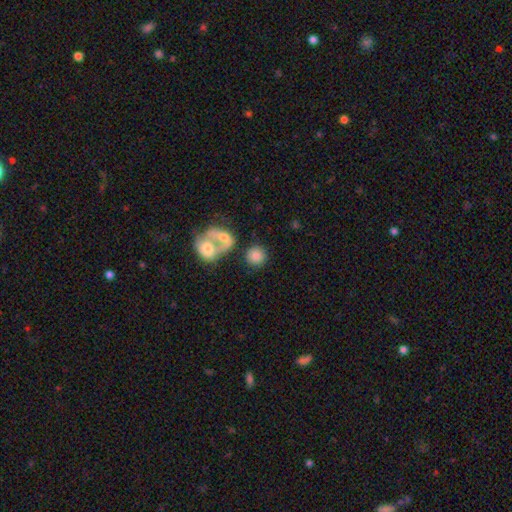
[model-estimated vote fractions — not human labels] Morphology: type=smooth (78%); roundness=round (86%); merging=none (53%).